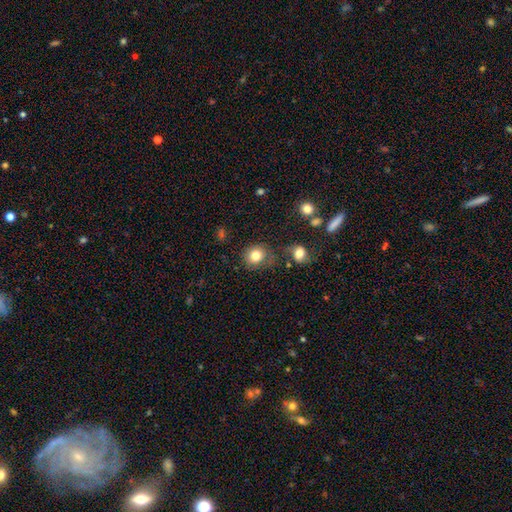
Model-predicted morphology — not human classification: The model was most divided on "merging": none: 72%, minor disturbance: 15%, merger: 7%, major disturbance: 6%. More confident: smooth or featured — smooth (82%); how rounded — round (81%).